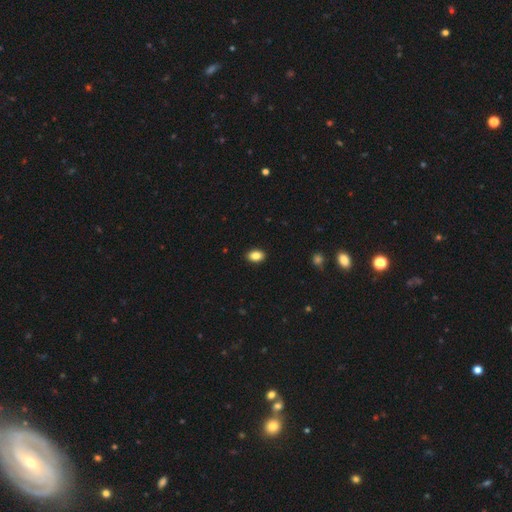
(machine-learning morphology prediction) A smooth galaxy with no disk features (87%) that is in between round and cigar-shaped (83%).

Vote fractions:
- Smooth or featured? smooth: 87% / star or artifact: 9% / featured or disk: 5%
- How rounded? in between: 83% / round: 16% / cigar-shaped: 1%
- Merging? none: 91% / minor disturbance: 7% / major disturbance: 2% / merger: 1%